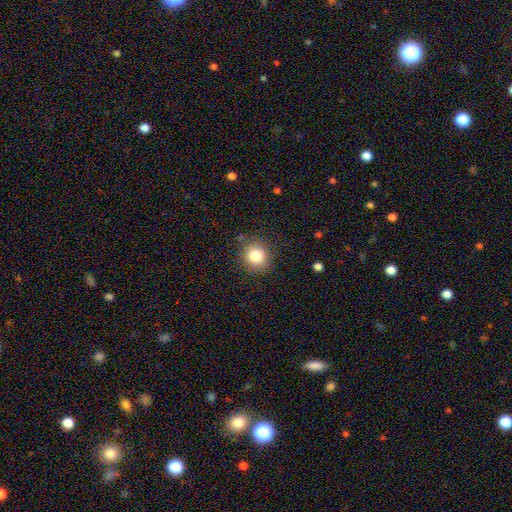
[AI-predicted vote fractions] A smooth galaxy with no disk features (83%) that is round (80%).

Vote fractions:
- Smooth or featured? smooth: 83% / star or artifact: 11% / featured or disk: 7%
- How rounded? round: 80% / in between: 19% / cigar-shaped: 1%
- Merging? none: 84% / minor disturbance: 11% / major disturbance: 3% / merger: 2%